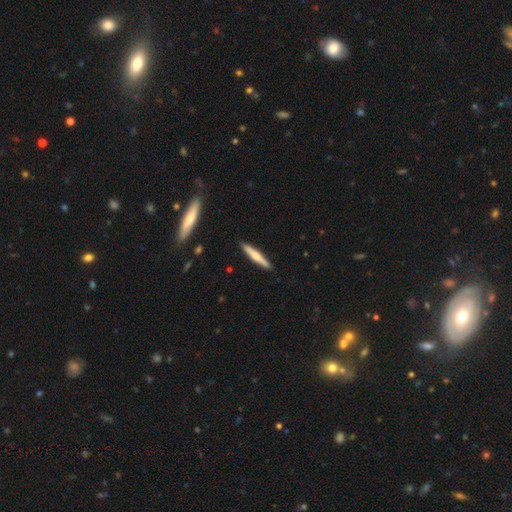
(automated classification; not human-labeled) This appears to be a smooth galaxy with no disk features (52%) that is cigar-shaped (93%). Merging: none (90%).